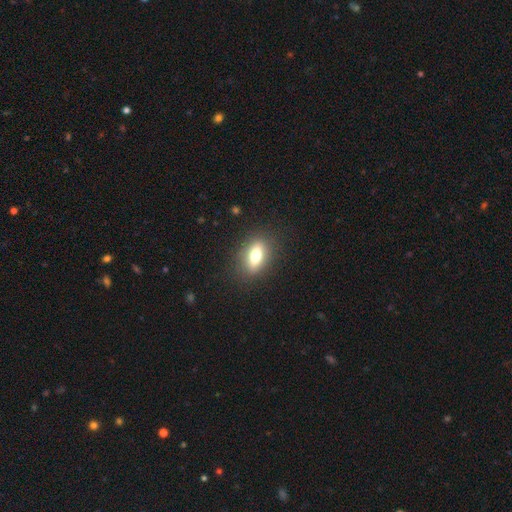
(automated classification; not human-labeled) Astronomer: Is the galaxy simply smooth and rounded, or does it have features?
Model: smooth — 68%.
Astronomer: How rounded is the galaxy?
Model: in between — 74%.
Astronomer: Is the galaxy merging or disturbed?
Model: none — 86%.